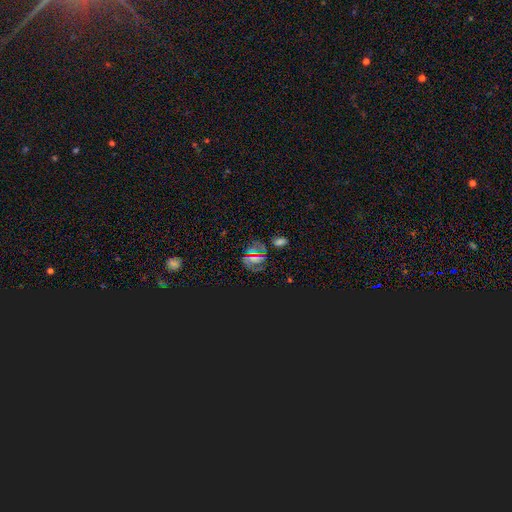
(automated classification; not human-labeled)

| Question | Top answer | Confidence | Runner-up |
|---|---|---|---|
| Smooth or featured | star or artifact | 51% | smooth (29%) |